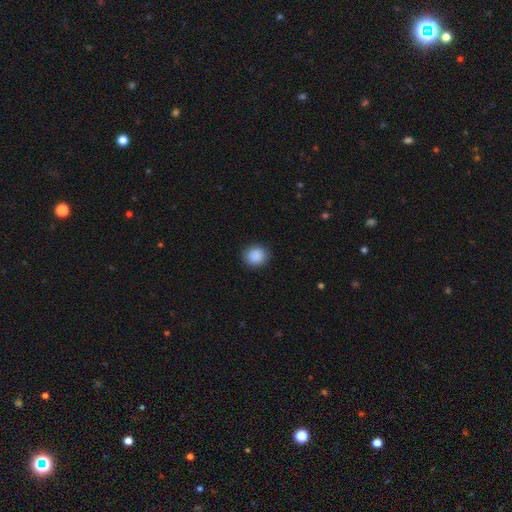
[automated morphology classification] Q: Smooth or featured?
A: smooth (89%); runner-up: star or artifact (8%)
Q: How rounded?
A: round (82%); runner-up: in between (17%)
Q: Merging?
A: none (88%); runner-up: minor disturbance (8%)